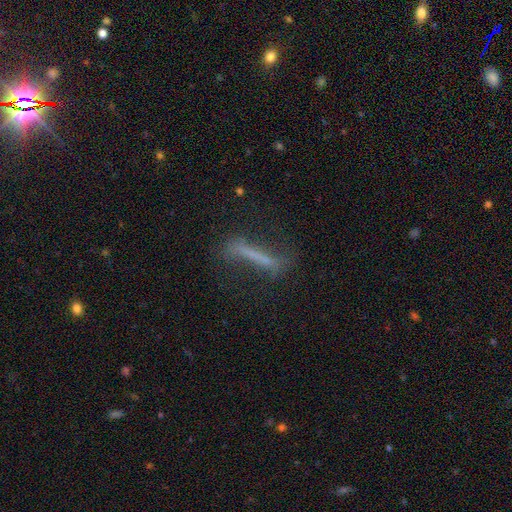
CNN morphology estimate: smooth-or-featured: featured or disk: 50% | smooth: 38% | star or artifact: 12%
  disk-edge-on: yes: 55% | no: 45%
  merging: none: 64% | minor disturbance: 19% | major disturbance: 14% | merger: 3%